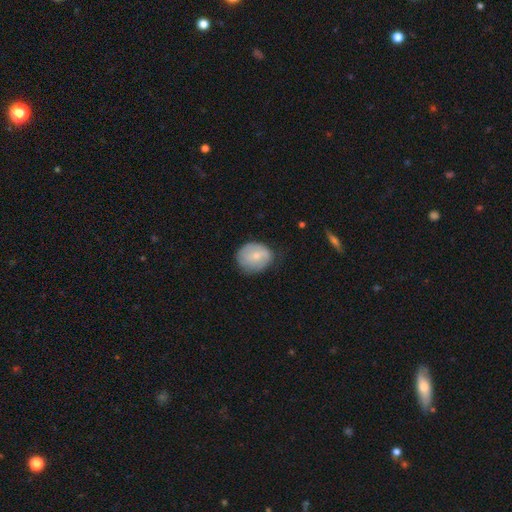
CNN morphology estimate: Smooth or featured?
  - smooth: 55% *
  - featured or disk: 38%
  - star or artifact: 7%
How rounded?
  - round: 62% *
  - in between: 37%
  - cigar-shaped: 1%
Merging?
  - none: 66% *
  - minor disturbance: 26%
  - major disturbance: 7%
  - merger: 1%